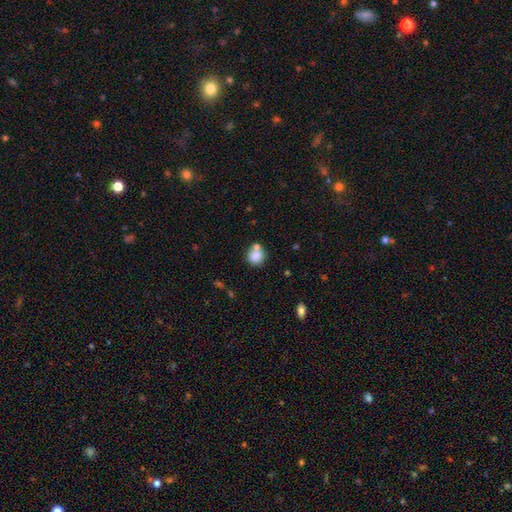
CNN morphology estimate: Overall: smooth (82%). How rounded: round (84%). Merging: none (55%; merger 30%).